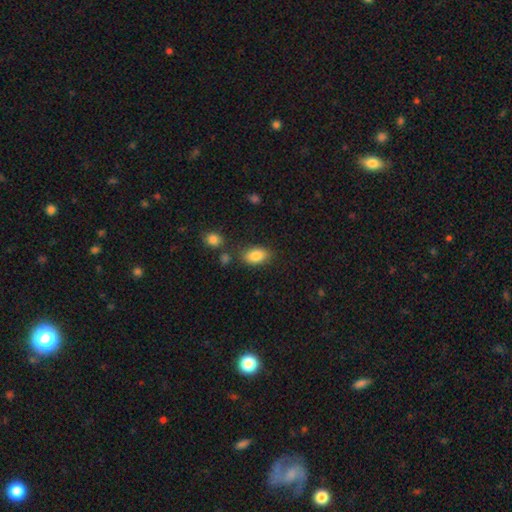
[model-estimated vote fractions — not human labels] smooth_or_featured: smooth (p=0.85) [alt: star or artifact p=0.08]
how_rounded: in between (p=0.89) [alt: round p=0.09]
merging: none (p=0.77) [alt: minor disturbance p=0.13]